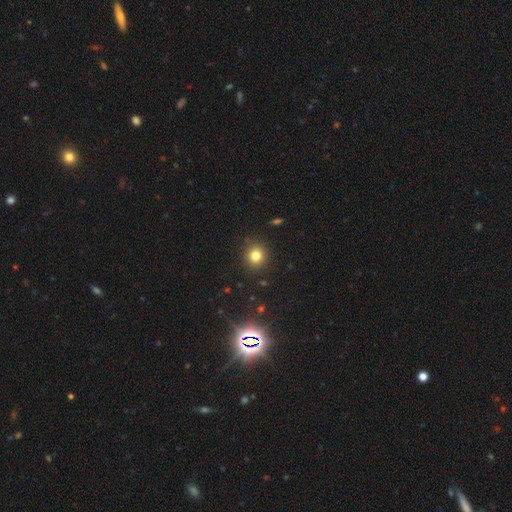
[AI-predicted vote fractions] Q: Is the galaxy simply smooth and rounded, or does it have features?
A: smooth — 78%.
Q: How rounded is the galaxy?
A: round — 90%.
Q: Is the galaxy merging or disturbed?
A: none — 89%.